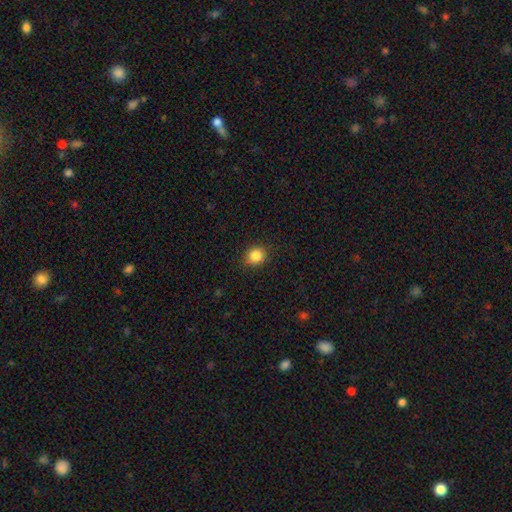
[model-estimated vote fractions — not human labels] smooth 85%, star or artifact 10%, featured or disk 4%. Down the decision tree: how rounded — round (76%); merging — none (87%).